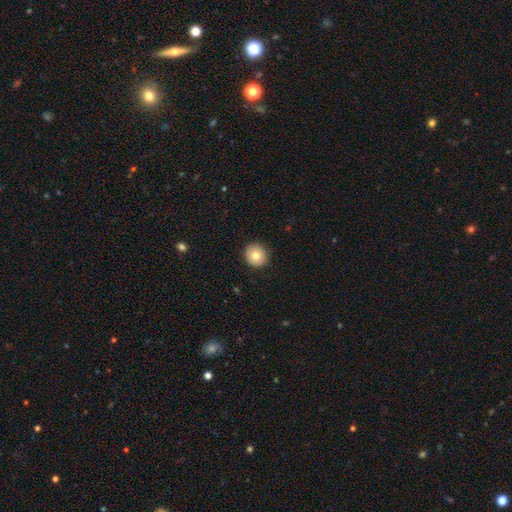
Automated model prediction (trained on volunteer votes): Overall: smooth (79%). How rounded: round (92%). Merging: none (92%).